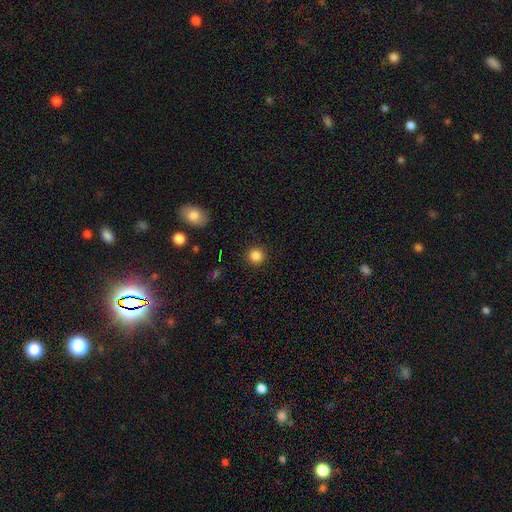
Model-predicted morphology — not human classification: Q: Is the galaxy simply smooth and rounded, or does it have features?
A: smooth — 85%.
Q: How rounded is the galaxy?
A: round — 94%.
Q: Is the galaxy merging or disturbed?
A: none — 91%.